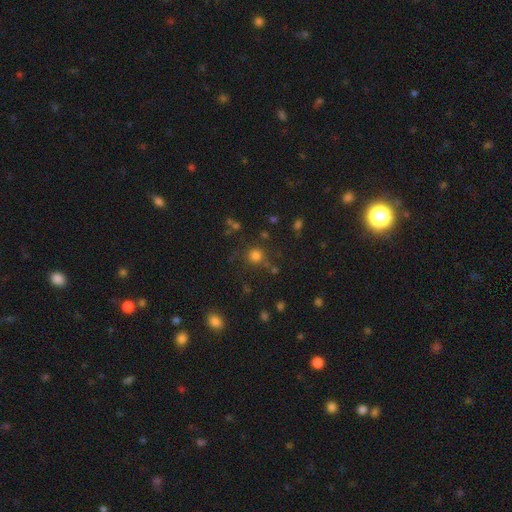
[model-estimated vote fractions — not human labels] A smooth galaxy with no disk features (76%) that is round (92%). Merging: none (79%).